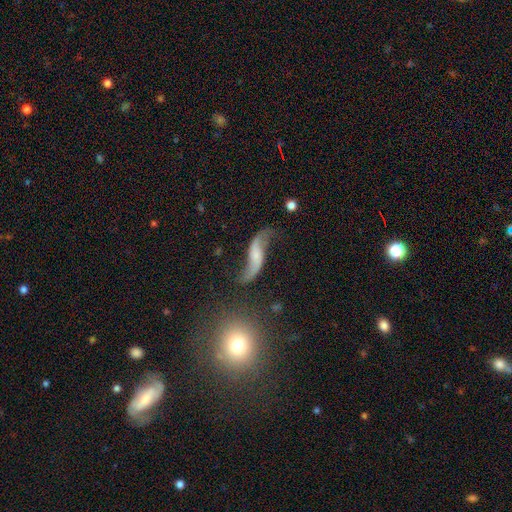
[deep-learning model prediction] Smooth or featured? Predicted: featured or disk (p=0.82). Edge-on disk? Predicted: no (p=0.91). Bar? Predicted: no (p=0.53). Spiral arms? Predicted: yes (p=0.94). Spiral winding? Predicted: loose (p=0.94). Spiral arm count? Predicted: 2 (p=0.93). Bulge size? Predicted: small (p=0.43). Merging? Predicted: none (p=0.63).